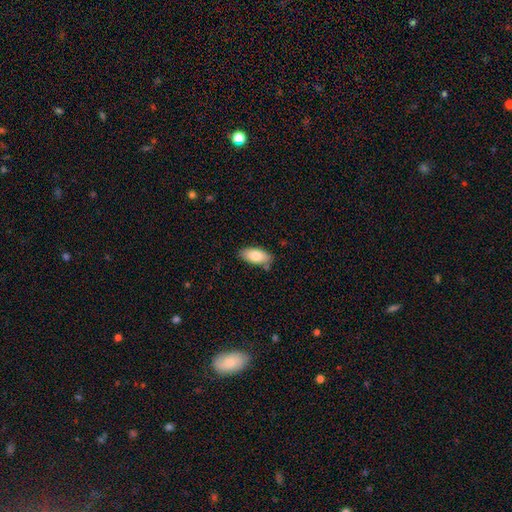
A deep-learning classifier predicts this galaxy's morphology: Smooth or featured? Predicted: smooth (p=0.83). How rounded? Predicted: in between (p=0.92). Merging? Predicted: none (p=0.80).